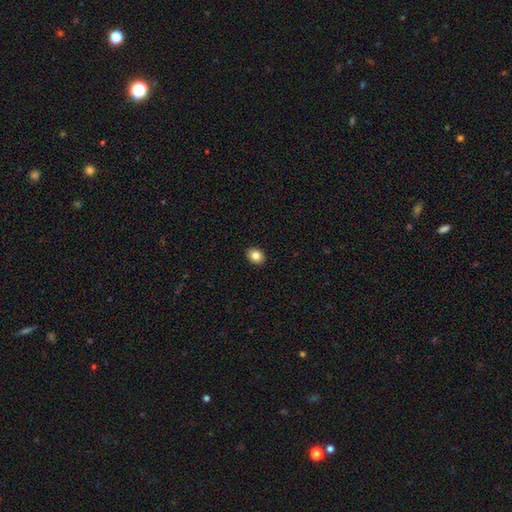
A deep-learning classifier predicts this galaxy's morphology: smooth-or-featured: smooth: 83% | star or artifact: 9% | featured or disk: 8%
  how-rounded: in between: 52% | round: 47% | cigar-shaped: 1%
  merging: none: 91% | minor disturbance: 6% | major disturbance: 2% | merger: 1%